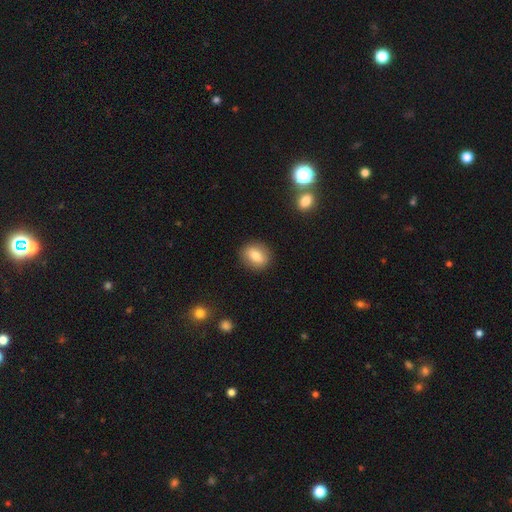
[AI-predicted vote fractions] smooth-or-featured: smooth: 75% | featured or disk: 16% | star or artifact: 9%
  how-rounded: round: 52% | in between: 47% | cigar-shaped: 2%
  merging: none: 87% | minor disturbance: 9% | major disturbance: 3% | merger: 1%